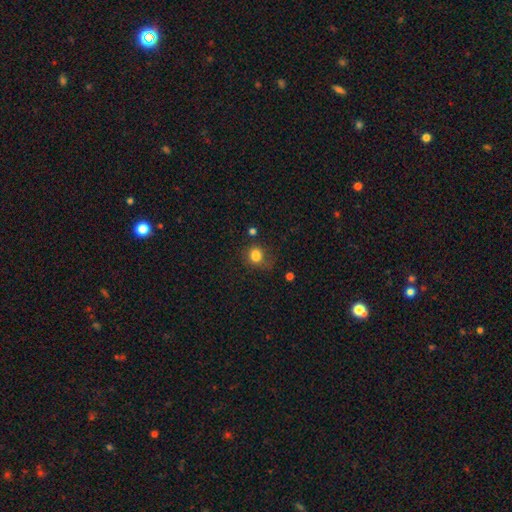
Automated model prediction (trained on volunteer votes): Smooth or featured: smooth — 82% (star or artifact — 11%)
How rounded: round — 71% (in between — 28%)
Merging: none — 59% (minor disturbance — 24%)